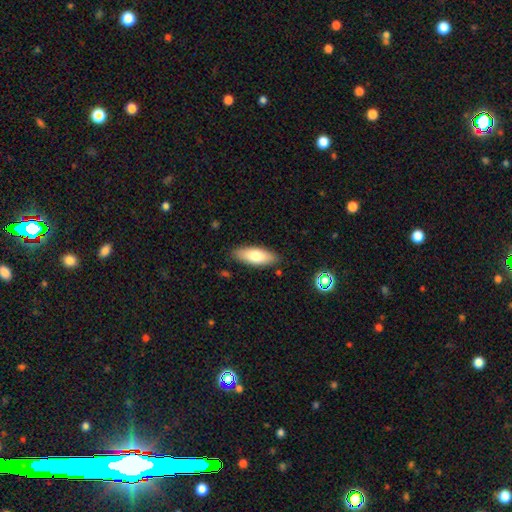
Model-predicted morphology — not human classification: A smooth galaxy with no disk features (77%) that is in between round and cigar-shaped (73%). Merging: none (86%).